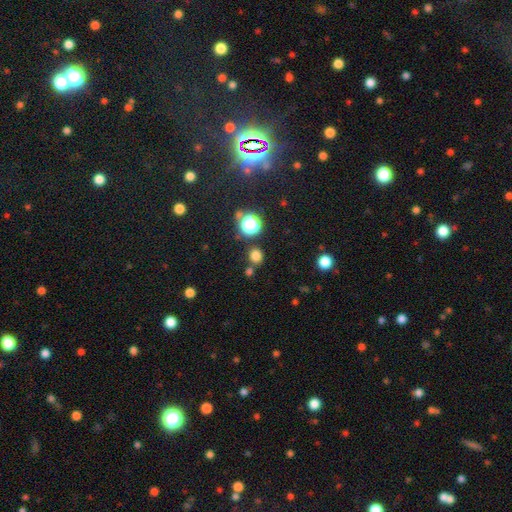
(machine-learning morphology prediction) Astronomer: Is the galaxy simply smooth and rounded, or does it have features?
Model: smooth — 74%.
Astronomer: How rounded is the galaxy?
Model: round — 84%.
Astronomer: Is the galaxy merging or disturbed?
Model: none — 78%.